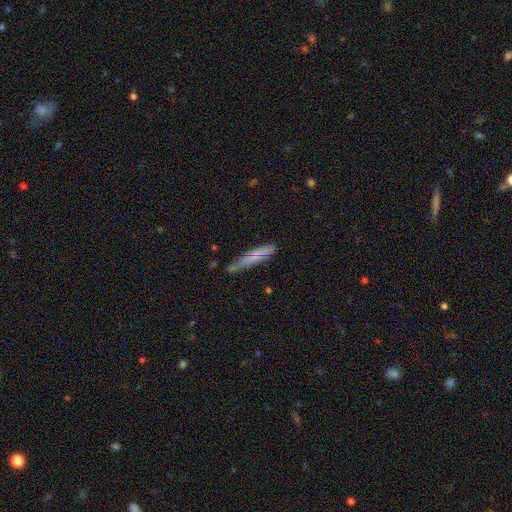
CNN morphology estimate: Q: Smooth or featured?
A: smooth (61%); runner-up: featured or disk (32%)
Q: How rounded?
A: cigar-shaped (90%); runner-up: in between (9%)
Q: Merging?
A: none (61%); runner-up: minor disturbance (28%)